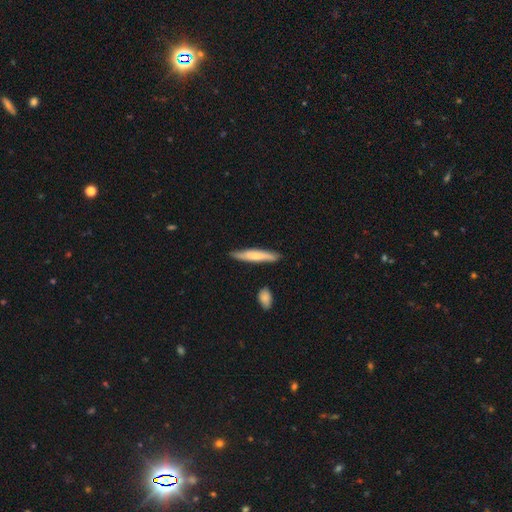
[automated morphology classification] A smooth galaxy with no disk features (64%) that is cigar-shaped (88%).

Vote fractions:
- Smooth or featured? smooth: 64% / featured or disk: 30% / star or artifact: 5%
- How rounded? cigar-shaped: 88% / in between: 10% / round: 1%
- Merging? none: 82% / minor disturbance: 13% / merger: 3% / major disturbance: 2%